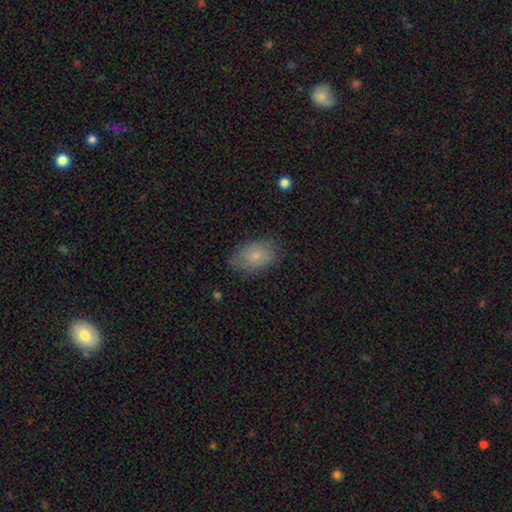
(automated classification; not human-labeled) Smooth or featured? Predicted: smooth (p=0.78). How rounded? Predicted: in between (p=0.87). Merging? Predicted: none (p=0.78).